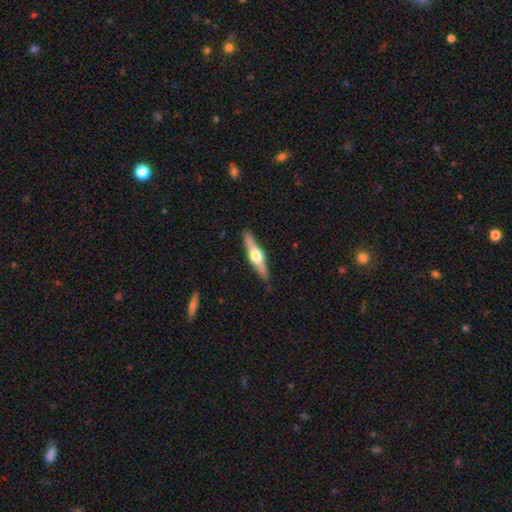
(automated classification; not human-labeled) featured or disk 74%, smooth 21%, star or artifact 5%. Down the decision tree: edge-on disk — yes (98%); edge-on bulge — rounded (95%); merging — none (90%).